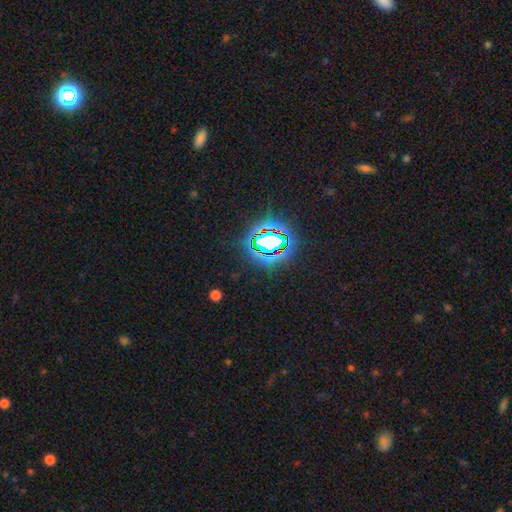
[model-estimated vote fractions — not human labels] Smooth or featured? star or artifact (82%)